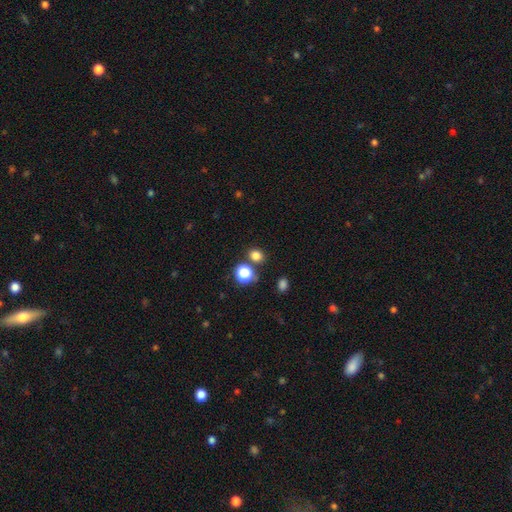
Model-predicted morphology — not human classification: Smooth or featured?
  - smooth: 78% *
  - star or artifact: 17%
  - featured or disk: 5%
How rounded?
  - round: 65% *
  - in between: 34%
  - cigar-shaped: 1%
Merging?
  - none: 75% *
  - merger: 13%
  - minor disturbance: 9%
  - major disturbance: 3%